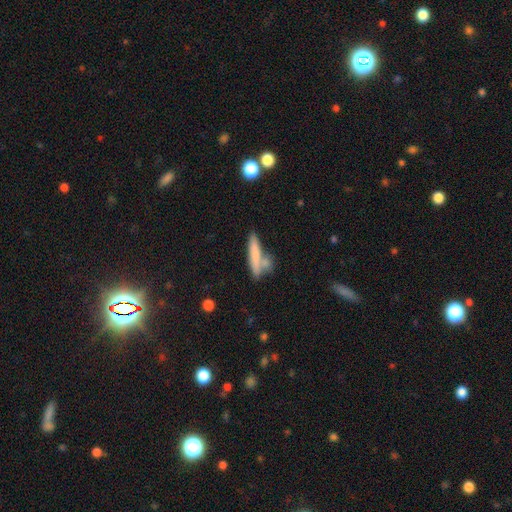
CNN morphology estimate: Overall: smooth (70%). How rounded: cigar-shaped (85%). Merging: none (56%; merger 24%).